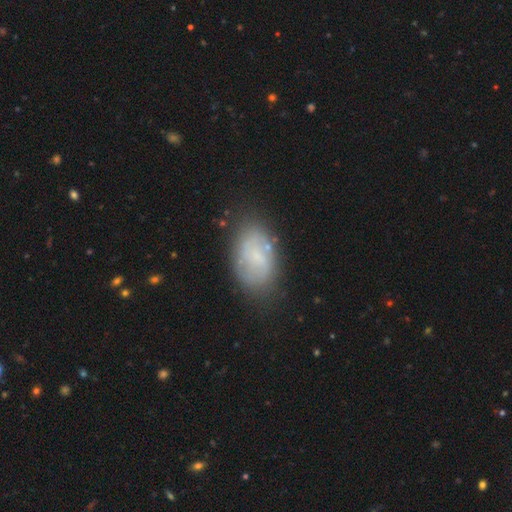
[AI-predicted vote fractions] Smooth or featured? Predicted: smooth (p=0.53). How rounded? Predicted: in between (p=0.92). Merging? Predicted: none (p=0.68).